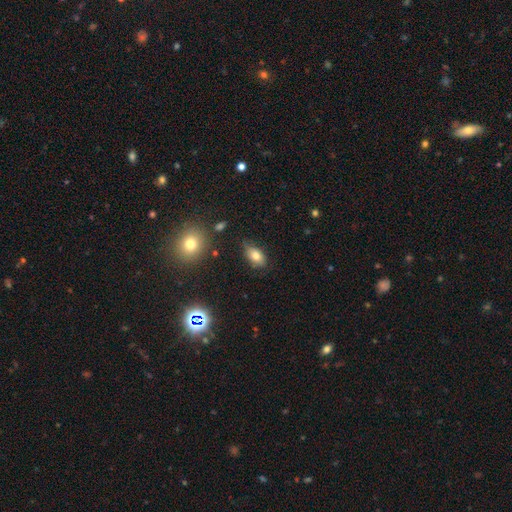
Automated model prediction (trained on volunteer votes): Q: Smooth or featured?
A: smooth (77%); runner-up: featured or disk (12%)
Q: How rounded?
A: in between (88%); runner-up: round (9%)
Q: Merging?
A: none (69%); runner-up: minor disturbance (24%)